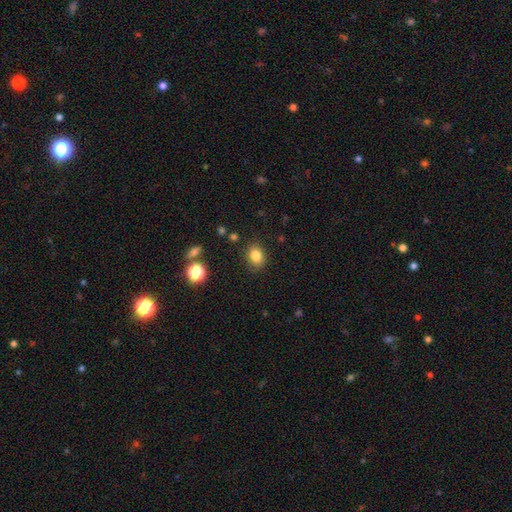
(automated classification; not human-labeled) A smooth galaxy with no disk features (83%) that is in between round and cigar-shaped (60%). Merging: none (85%).